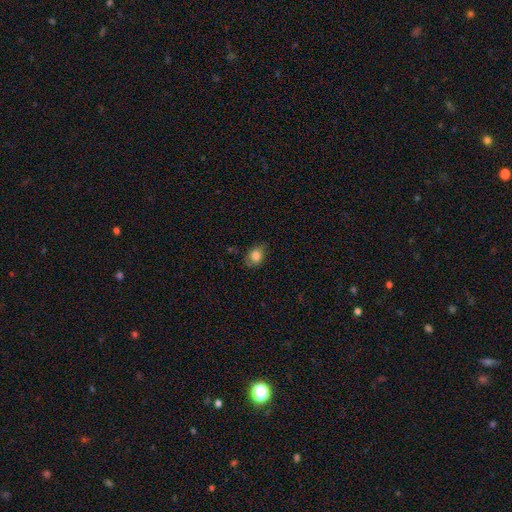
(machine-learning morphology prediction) Q: Smooth or featured?
A: smooth (81%); runner-up: featured or disk (9%)
Q: How rounded?
A: in between (63%); runner-up: round (36%)
Q: Merging?
A: none (66%); runner-up: minor disturbance (26%)